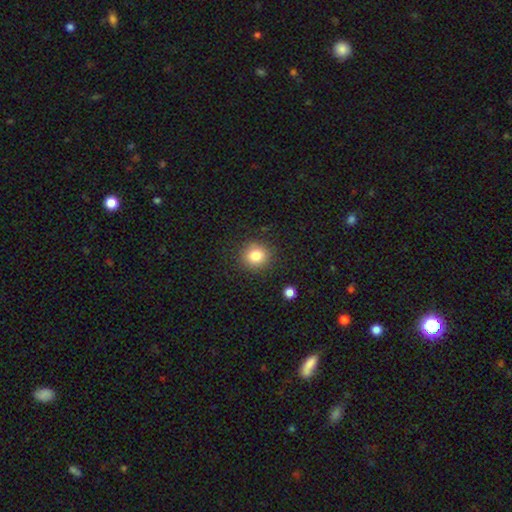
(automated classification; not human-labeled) This appears to be a smooth galaxy with no disk features (82%) that is round (86%). Merging: none (88%).